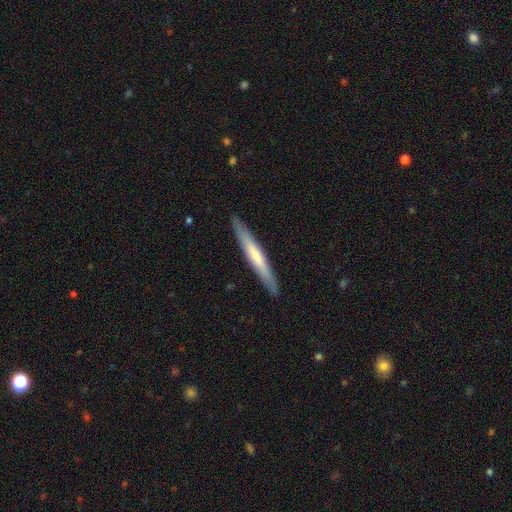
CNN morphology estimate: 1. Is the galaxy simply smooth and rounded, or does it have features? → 51% smooth, 43% featured or disk, 5% star or artifact.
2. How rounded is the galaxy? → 96% cigar-shaped, 3% in between, 1% round.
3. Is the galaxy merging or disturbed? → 90% none, 7% minor disturbance, 1% major disturbance, 1% merger.